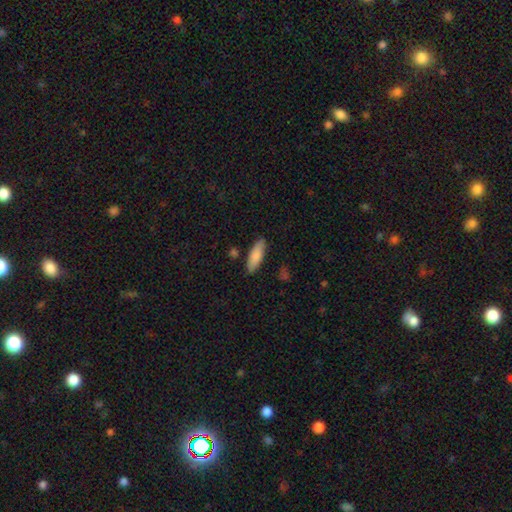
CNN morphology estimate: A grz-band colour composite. It shows a smooth galaxy with no disk features (83%) that is in between round and cigar-shaped (57%). Merging: none (85%).